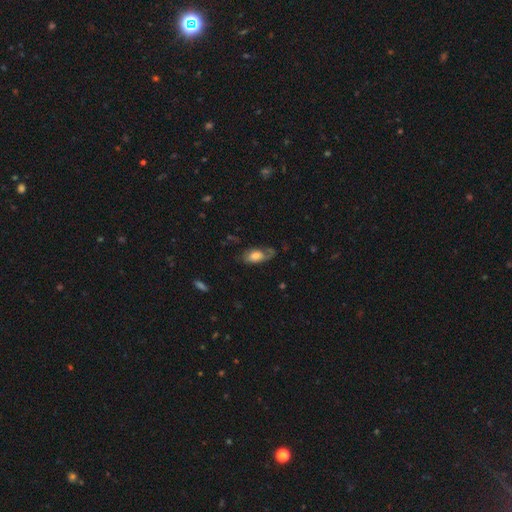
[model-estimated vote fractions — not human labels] Smooth or featured: smooth — 55% (featured or disk — 37%)
How rounded: in between — 89% (cigar-shaped — 6%)
Merging: none — 48% (minor disturbance — 28%)